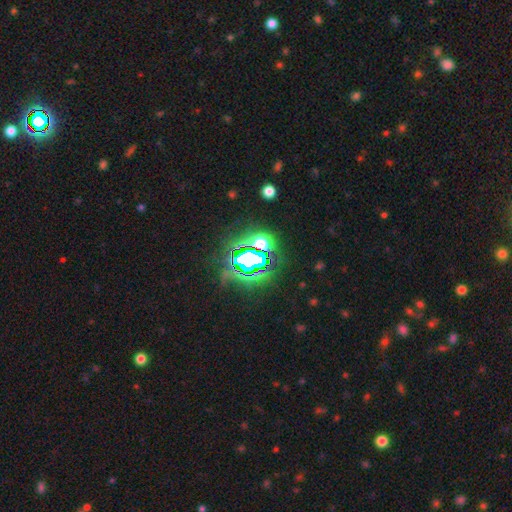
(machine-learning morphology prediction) This appears to be a star or artifact, not a galaxy (74%).